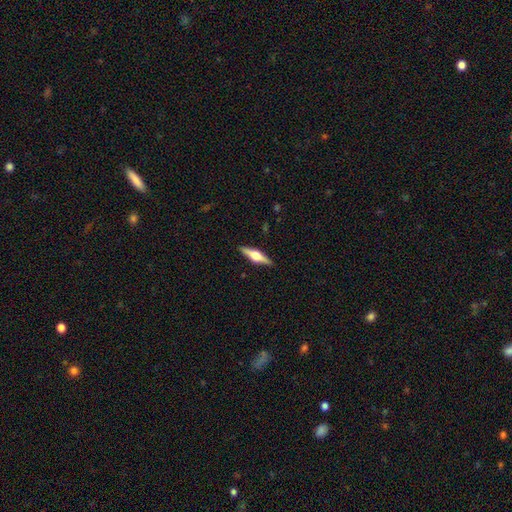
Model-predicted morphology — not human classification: Smooth or featured?
  - featured or disk: 69% *
  - smooth: 26%
  - star or artifact: 5%
Edge-on disk?
  - yes: 97% *
  - no: 3%
Edge-on bulge?
  - rounded: 94% *
  - boxy: 4%
  - none: 1%
Merging?
  - none: 90% *
  - minor disturbance: 7%
  - major disturbance: 2%
  - merger: 1%